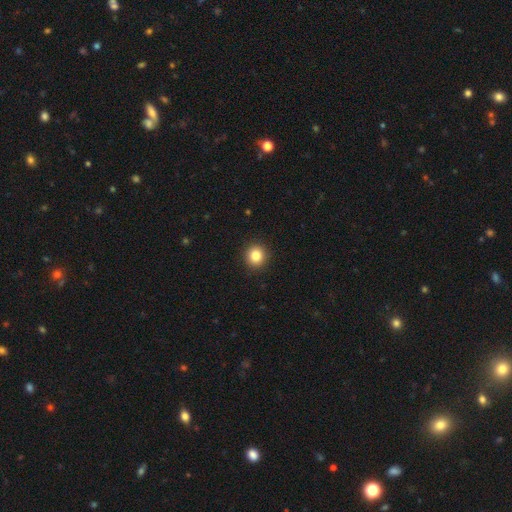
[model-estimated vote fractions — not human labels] Smooth or featured? Predicted: smooth (p=0.84). How rounded? Predicted: round (p=0.92). Merging? Predicted: none (p=0.93).